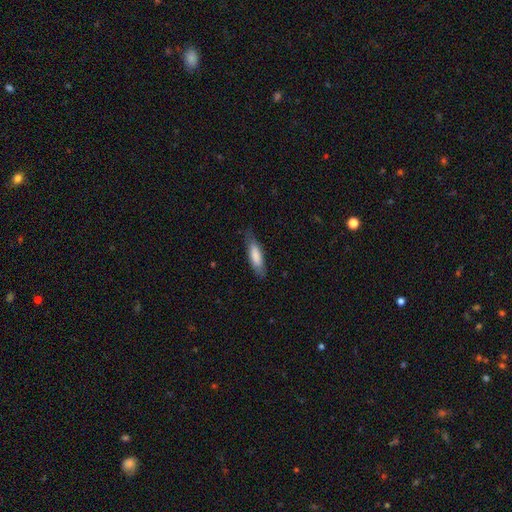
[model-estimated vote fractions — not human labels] The model was most divided on "how rounded": cigar-shaped: 55%, in between: 44%, round: 1%. More confident: smooth or featured — smooth (80%); merging — none (77%).